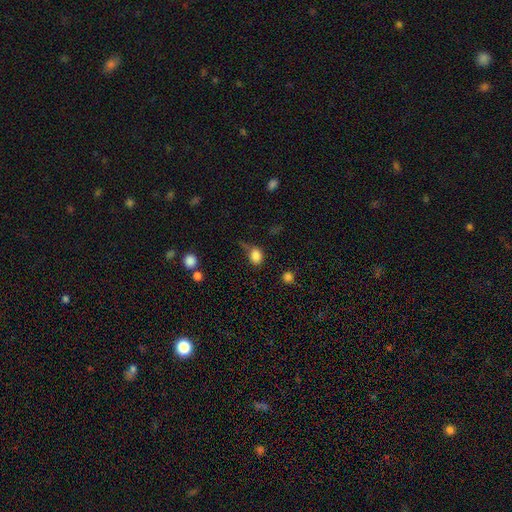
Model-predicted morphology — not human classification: A smooth galaxy with no disk features (83%) that is in between round and cigar-shaped (50%).

Vote fractions:
- Smooth or featured? smooth: 83% / star or artifact: 11% / featured or disk: 6%
- How rounded? in between: 50% / round: 48% / cigar-shaped: 1%
- Merging? none: 51% / minor disturbance: 28% / major disturbance: 14% / merger: 7%